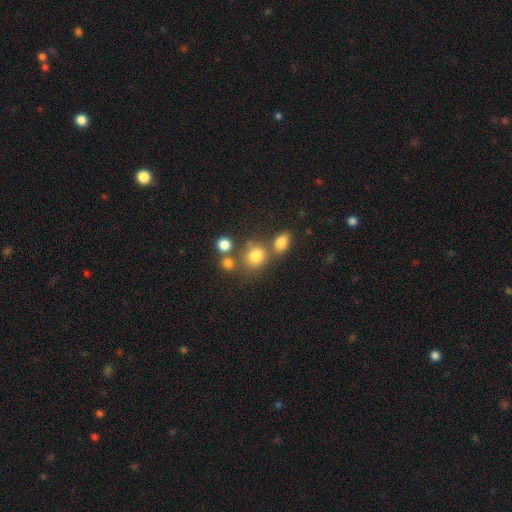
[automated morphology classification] The model was most divided on "merging": none: 57%, merger: 25%, minor disturbance: 12%, major disturbance: 5%. More confident: smooth or featured — smooth (77%); how rounded — round (75%).